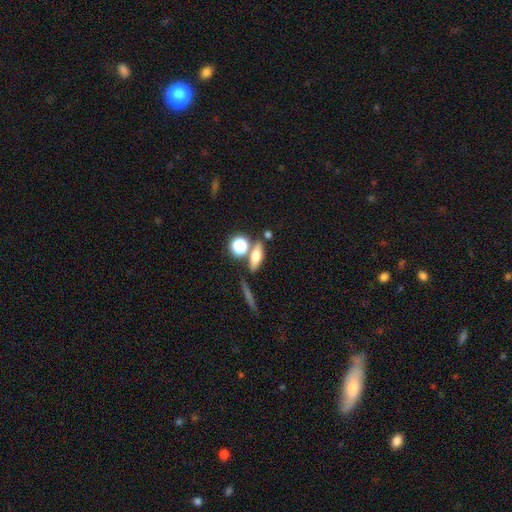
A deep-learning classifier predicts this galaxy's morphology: type=smooth (60%); roundness=in between (50%); merging=none (68%).